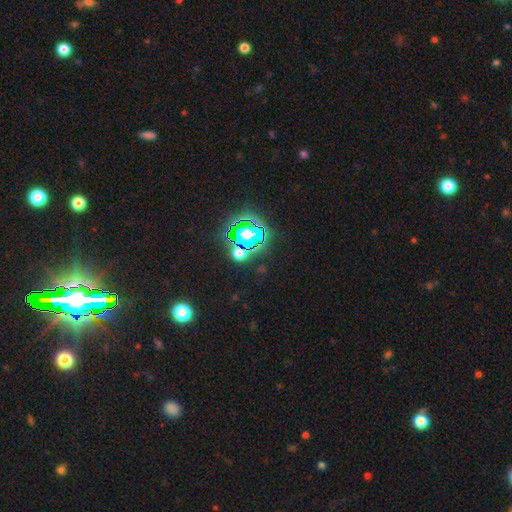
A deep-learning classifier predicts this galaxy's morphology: Smooth or featured? Predicted: star or artifact (p=0.82).